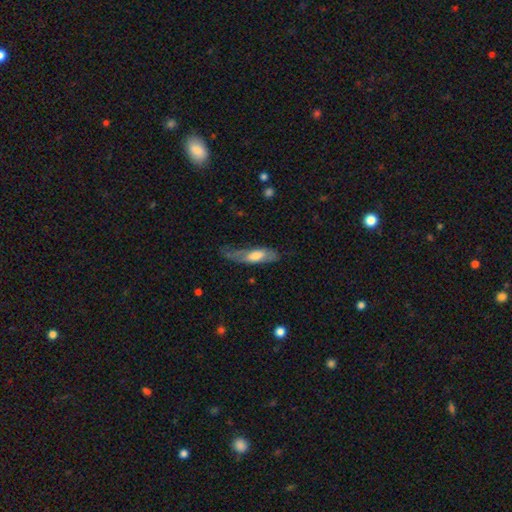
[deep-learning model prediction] Smooth or featured? smooth (54%)
How rounded? in between (51%)
Merging? none (40%)